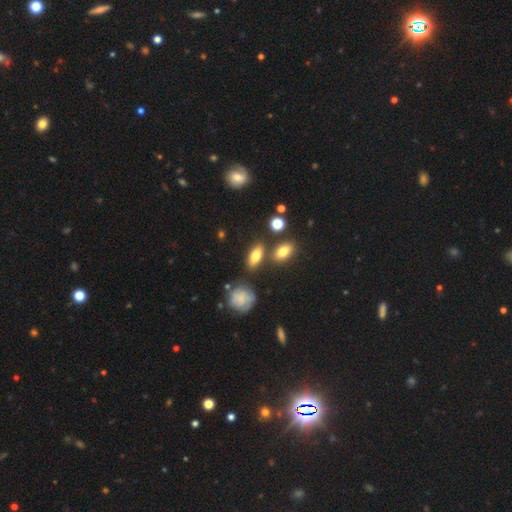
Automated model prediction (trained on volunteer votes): The model was most divided on "smooth or featured": smooth: 71%, featured or disk: 19%, star or artifact: 10%. More confident: how rounded — in between (81%); merging — none (75%).